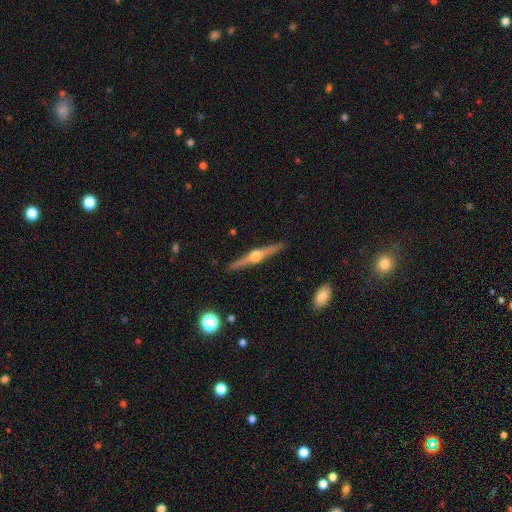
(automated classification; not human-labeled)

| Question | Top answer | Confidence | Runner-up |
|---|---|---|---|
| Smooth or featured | featured or disk | 80% | smooth (14%) |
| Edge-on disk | yes | 98% | no (2%) |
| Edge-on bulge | rounded | 96% | boxy (2%) |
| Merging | none | 92% | minor disturbance (6%) |